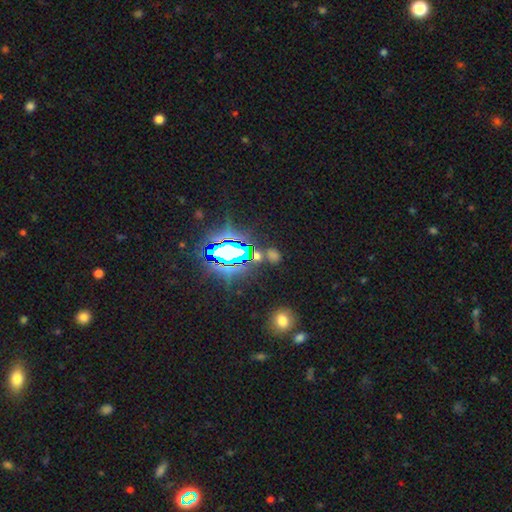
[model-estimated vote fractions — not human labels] Q: Smooth or featured?
A: star or artifact (64%); runner-up: smooth (27%)